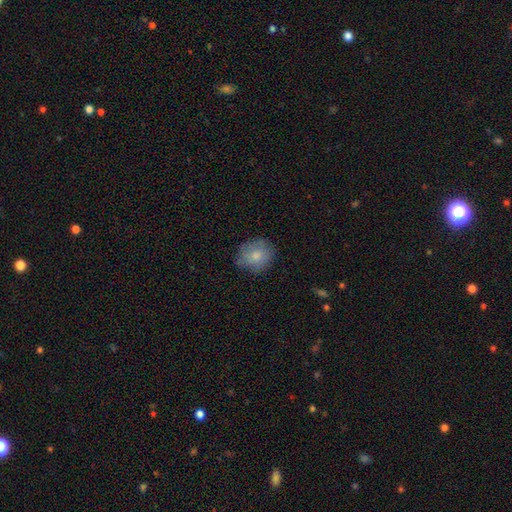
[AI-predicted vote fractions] A smooth galaxy with no disk features (78%) that is round (71%). Merging: none (73%).